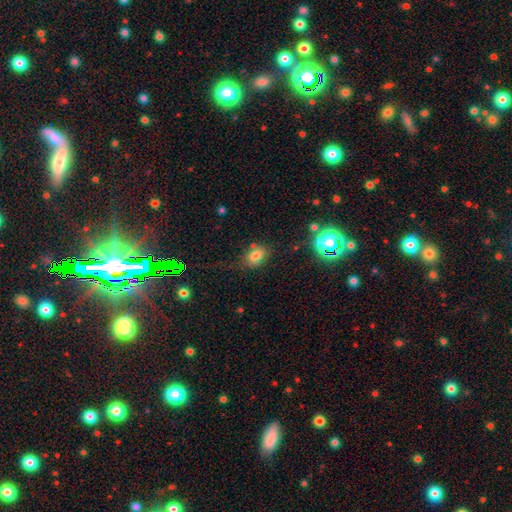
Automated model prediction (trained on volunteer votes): smooth-or-featured: smooth: 76% | star or artifact: 15% | featured or disk: 10%
  how-rounded: in between: 70% | round: 28% | cigar-shaped: 1%
  merging: none: 67% | minor disturbance: 19% | major disturbance: 8% | merger: 6%